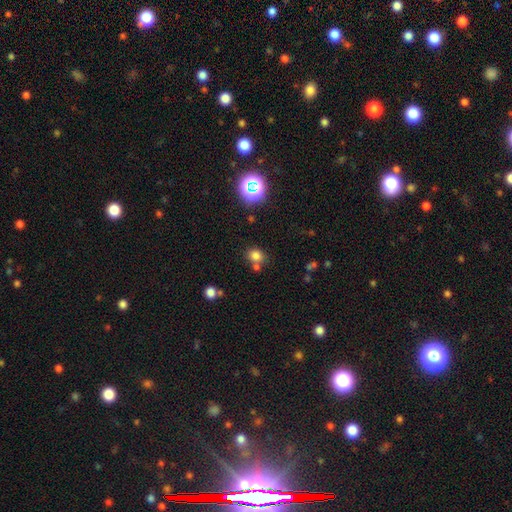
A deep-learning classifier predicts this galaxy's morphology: This is likely a smooth galaxy (75%). How rounded: likely round (67%). Merging: likely none (65%).